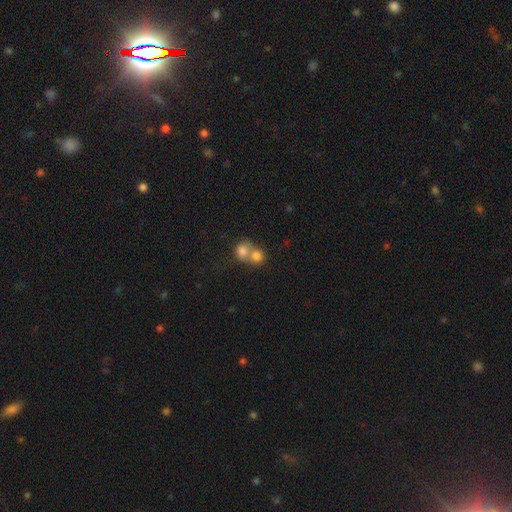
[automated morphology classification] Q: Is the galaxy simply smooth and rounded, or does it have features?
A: smooth — 78%.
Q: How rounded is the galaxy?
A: round — 77%.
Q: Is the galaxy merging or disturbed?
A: merger — 68%.